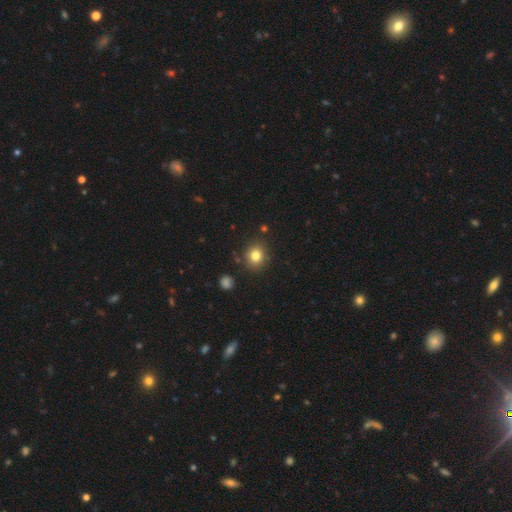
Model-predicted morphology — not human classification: Smooth or featured? Predicted: smooth (p=0.81). How rounded? Predicted: round (p=0.81). Merging? Predicted: none (p=0.85).